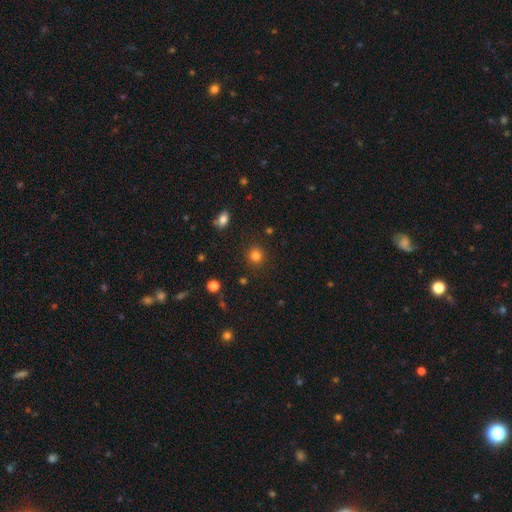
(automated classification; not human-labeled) smooth 81%, star or artifact 14%, featured or disk 5%. Down the decision tree: how rounded — round (90%); merging — none (89%).